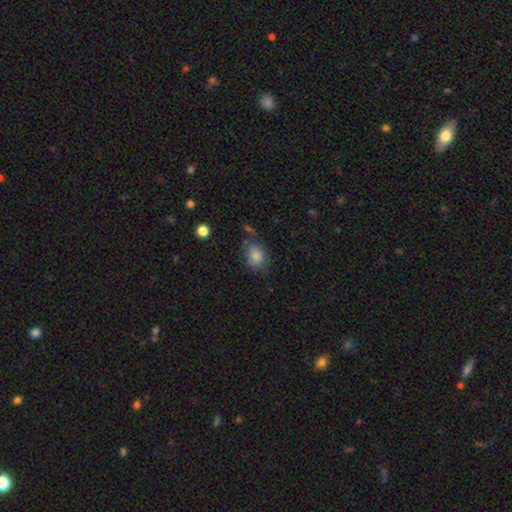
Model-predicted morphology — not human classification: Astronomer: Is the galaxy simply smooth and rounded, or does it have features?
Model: smooth — 81%.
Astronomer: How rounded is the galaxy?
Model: in between — 53% (runner-up: round, 46%).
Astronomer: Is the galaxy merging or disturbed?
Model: none — 68%.